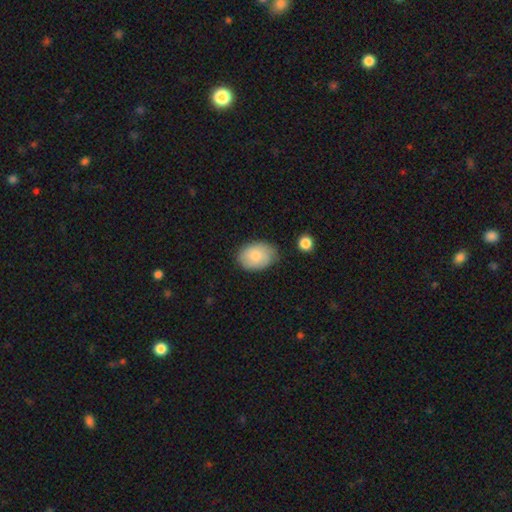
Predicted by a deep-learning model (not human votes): This is likely a smooth galaxy (77%). How rounded: likely in between (77%). Merging: likely none (73%).